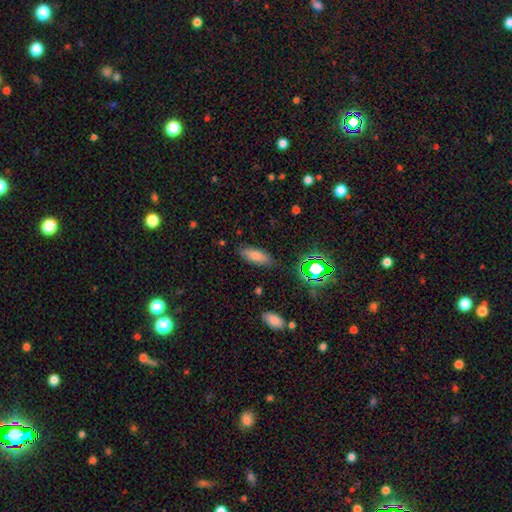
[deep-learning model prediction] A smooth galaxy with no disk features (75%) that is in between round and cigar-shaped (73%).

Vote fractions:
- Smooth or featured? smooth: 75% / star or artifact: 13% / featured or disk: 12%
- How rounded? in between: 73% / cigar-shaped: 24% / round: 3%
- Merging? none: 82% / minor disturbance: 12% / major disturbance: 3% / merger: 2%